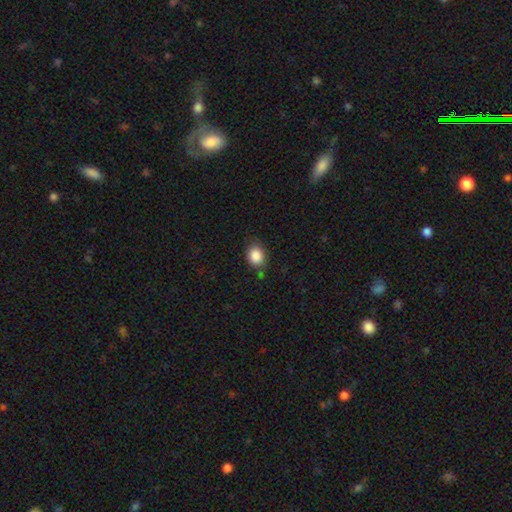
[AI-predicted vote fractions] The model was most divided on "how rounded": round: 57%, in between: 42%, cigar-shaped: 1%. More confident: smooth or featured — smooth (87%); merging — none (73%).